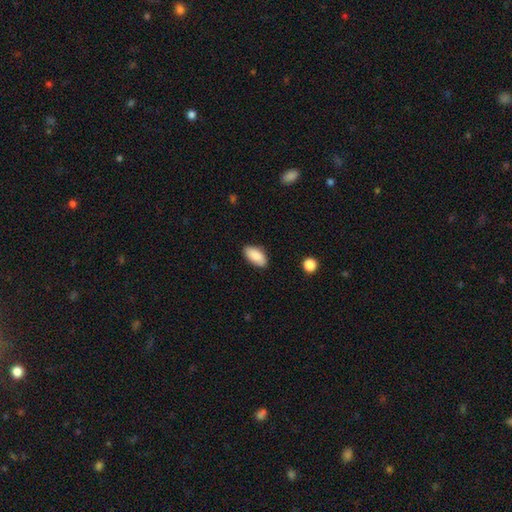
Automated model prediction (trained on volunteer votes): This appears to be a smooth galaxy with no disk features (87%) that is in between round and cigar-shaped (93%). Merging: none (85%).